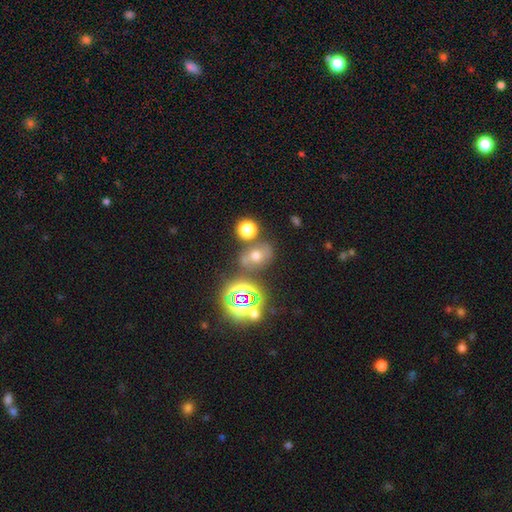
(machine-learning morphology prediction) A smooth galaxy with no disk features (51%) that is in between round and cigar-shaped (59%).

Vote fractions:
- Smooth or featured? smooth: 51% / star or artifact: 30% / featured or disk: 19%
- How rounded? in between: 59% / round: 39% / cigar-shaped: 2%
- Merging? none: 61% / merger: 18% / minor disturbance: 14% / major disturbance: 6%